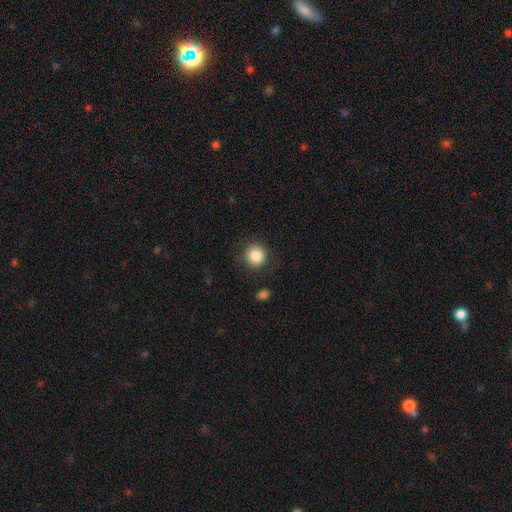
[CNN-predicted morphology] Smooth or featured: smooth — 85% (star or artifact — 10%)
How rounded: round — 93% (in between — 6%)
Merging: none — 87% (minor disturbance — 8%)